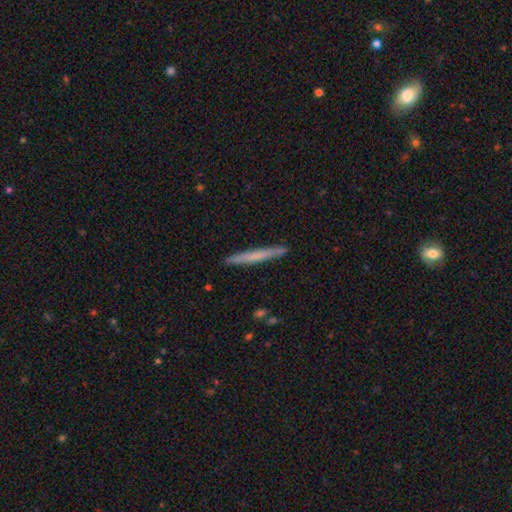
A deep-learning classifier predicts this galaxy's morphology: Q: Smooth or featured?
A: smooth (59%); runner-up: featured or disk (35%)
Q: How rounded?
A: cigar-shaped (97%); runner-up: in between (2%)
Q: Merging?
A: none (90%); runner-up: minor disturbance (7%)